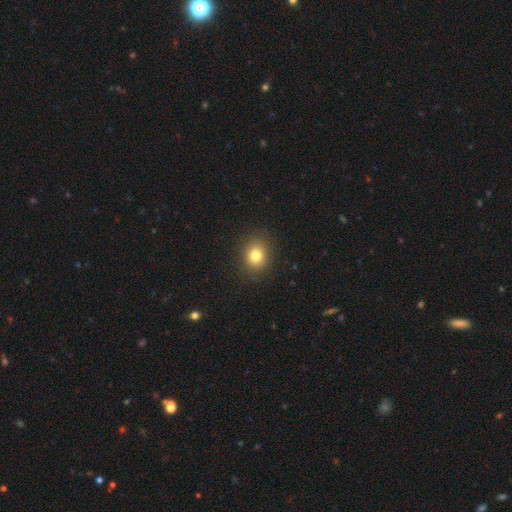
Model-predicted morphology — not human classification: smooth_or_featured: smooth (p=0.81) [alt: star or artifact p=0.12]
how_rounded: round (p=0.63) [alt: in between p=0.36]
merging: none (p=0.89) [alt: minor disturbance p=0.08]